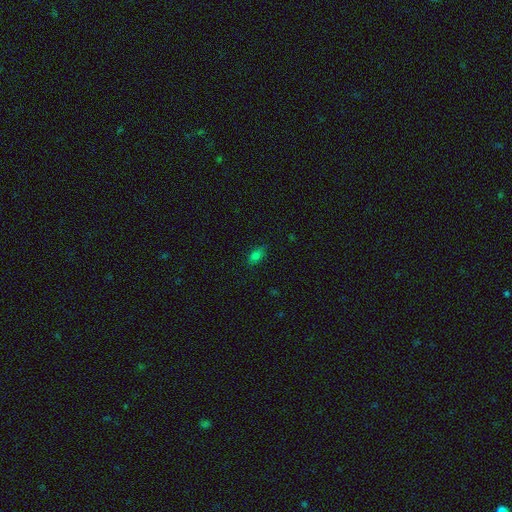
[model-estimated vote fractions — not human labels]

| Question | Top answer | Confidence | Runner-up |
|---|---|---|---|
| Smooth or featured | smooth | 75% | star or artifact (15%) |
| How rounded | in between | 82% | round (10%) |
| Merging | none | 82% | minor disturbance (14%) |